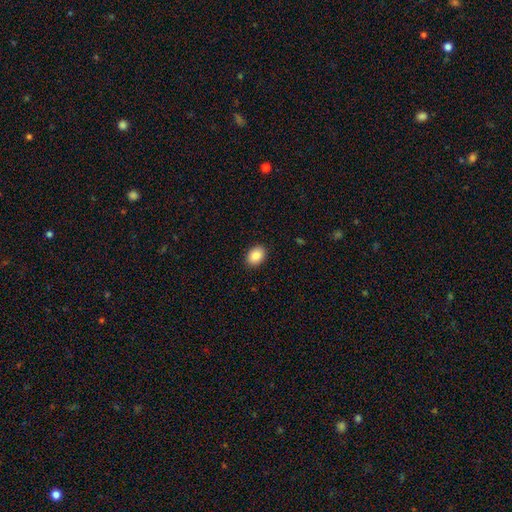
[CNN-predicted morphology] The model was most divided on "how rounded": in between: 71%, round: 29%, cigar-shaped: 1%. More confident: merging — none (91%); smooth or featured — smooth (87%).